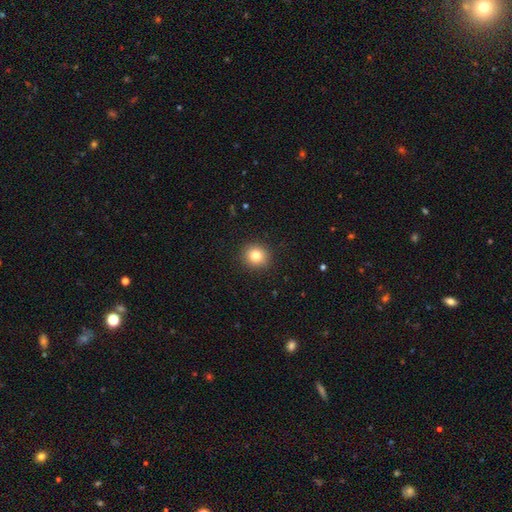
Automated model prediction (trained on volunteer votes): Smooth or featured? smooth (81%)
How rounded? round (89%)
Merging? none (92%)